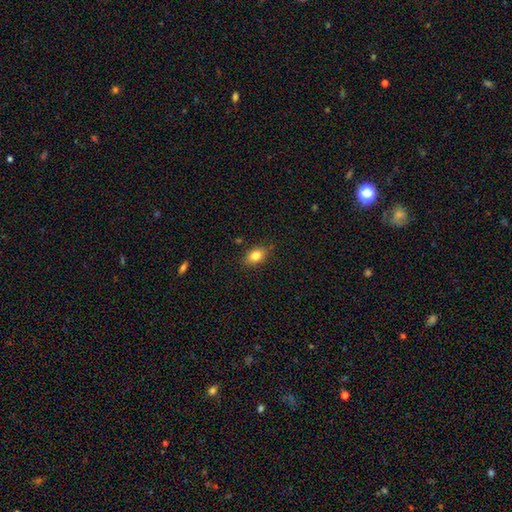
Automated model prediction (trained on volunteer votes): Overall: smooth (82%). How rounded: in between (73%). Merging: none (83%).